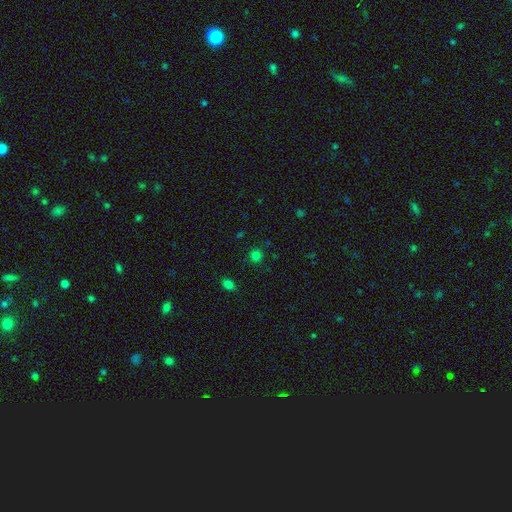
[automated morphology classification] A smooth galaxy with no disk features (76%) that is round (88%).

Vote fractions:
- Smooth or featured? smooth: 76% / star or artifact: 20% / featured or disk: 4%
- How rounded? round: 88% / in between: 11% / cigar-shaped: 1%
- Merging? none: 86% / minor disturbance: 9% / major disturbance: 3% / merger: 2%